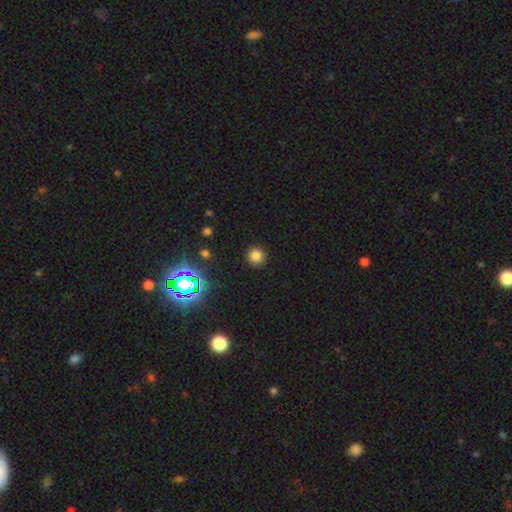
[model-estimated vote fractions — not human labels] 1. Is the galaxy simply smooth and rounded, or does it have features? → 77% smooth, 18% star or artifact, 5% featured or disk.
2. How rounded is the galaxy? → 94% round, 5% in between, 1% cigar-shaped.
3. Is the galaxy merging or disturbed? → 90% none, 6% minor disturbance, 2% major disturbance, 1% merger.